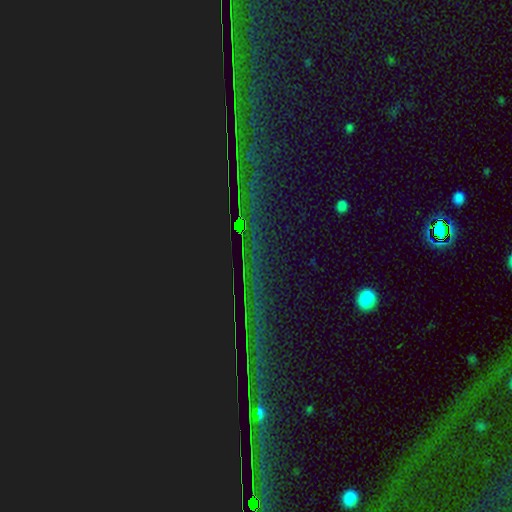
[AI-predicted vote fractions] The model was most divided on "smooth or featured": star or artifact: 84%, featured or disk: 8%, smooth: 7%.